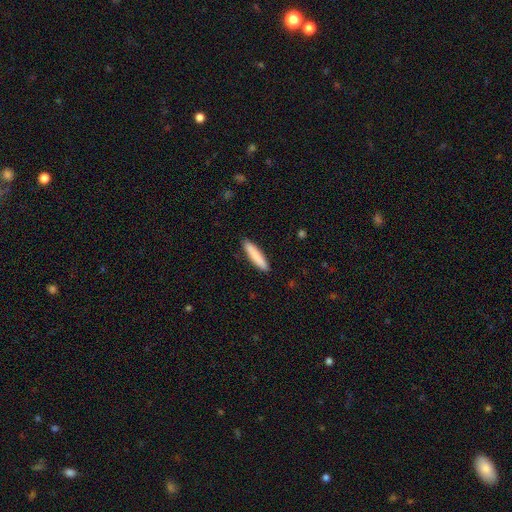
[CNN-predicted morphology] Smooth or featured?
  - smooth: 85% *
  - featured or disk: 10%
  - star or artifact: 5%
How rounded?
  - cigar-shaped: 88% *
  - in between: 11%
  - round: 1%
Merging?
  - none: 90% *
  - minor disturbance: 7%
  - major disturbance: 2%
  - merger: 1%